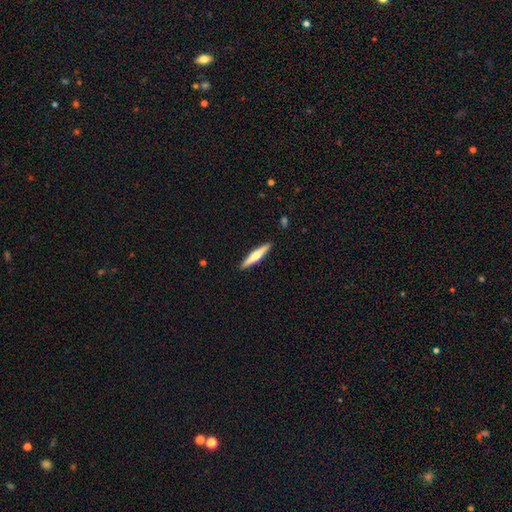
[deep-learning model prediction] This appears to be a featured or disk galaxy (57%) viewed edge-on (97%) with a rounded central bulge (91%). Merging: none (92%).